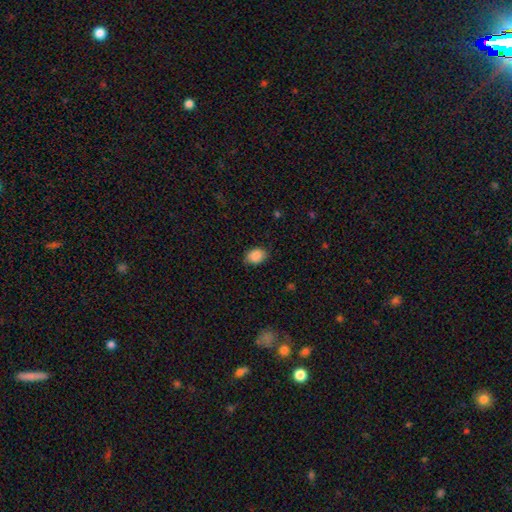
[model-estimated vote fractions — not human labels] Smooth or featured?
  - smooth: 88% *
  - star or artifact: 7%
  - featured or disk: 4%
How rounded?
  - in between: 71% *
  - round: 28%
  - cigar-shaped: 1%
Merging?
  - none: 79% *
  - minor disturbance: 17%
  - major disturbance: 3%
  - merger: 1%